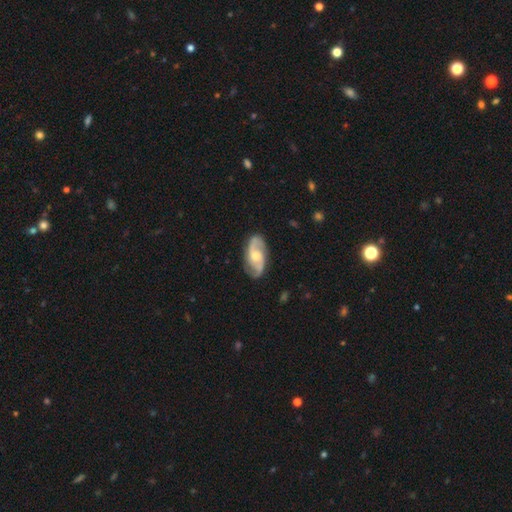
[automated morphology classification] Q: Smooth or featured?
A: featured or disk (84%); runner-up: smooth (12%)
Q: Edge-on disk?
A: no (96%); runner-up: yes (4%)
Q: Bar?
A: no (52%); runner-up: weak (40%)
Q: Spiral arms?
A: yes (96%); runner-up: no (4%)
Q: Spiral winding?
A: medium (50%); runner-up: loose (30%)
Q: Spiral arm count?
A: 2 (90%); runner-up: can't tell (4%)
Q: Bulge size?
A: moderate (59%); runner-up: small (31%)
Q: Merging?
A: none (82%); runner-up: minor disturbance (13%)